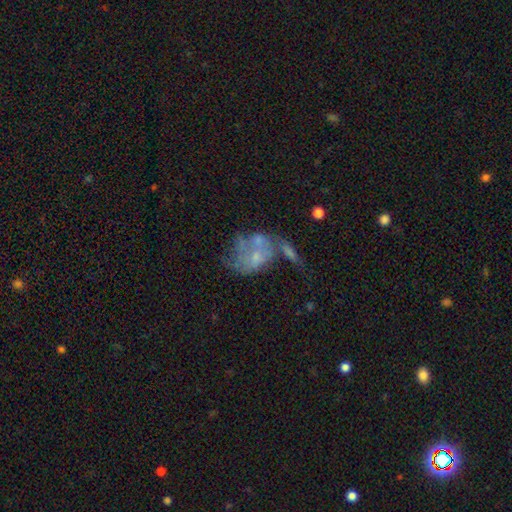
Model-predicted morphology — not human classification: Overall: featured or disk (58%; smooth 30%). Edge-on disk: no (97%). Bar: no (84%). Spiral arms: no (65%; yes 35%). Bulge size: small (49%; none 25%). Merging: merger (34%; major disturbance 29%).